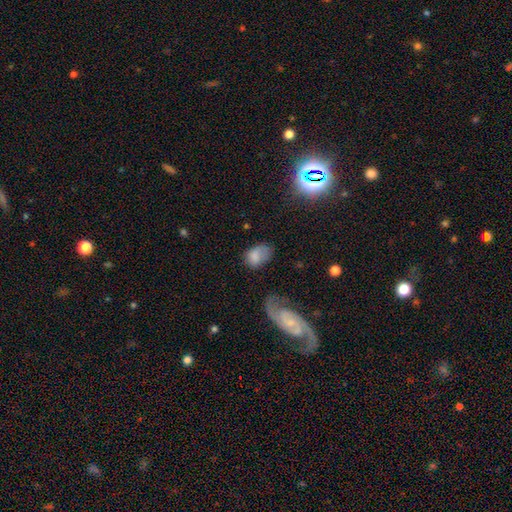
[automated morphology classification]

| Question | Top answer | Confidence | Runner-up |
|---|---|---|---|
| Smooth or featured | smooth | 73% | featured or disk (18%) |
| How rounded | in between | 86% | round (13%) |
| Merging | none | 40% | minor disturbance (28%) |